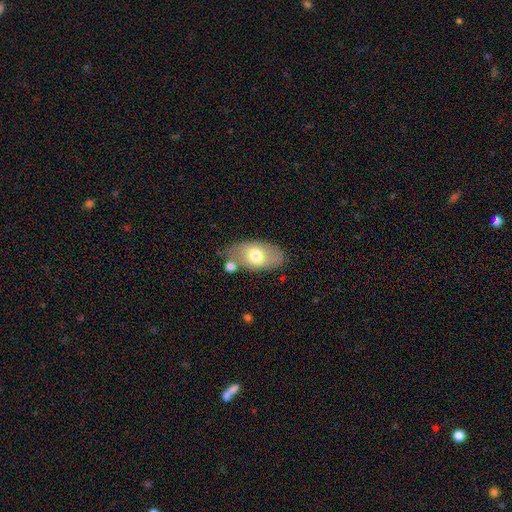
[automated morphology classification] Smooth or featured? Predicted: smooth (p=0.64). How rounded? Predicted: in between (p=0.92). Merging? Predicted: none (p=0.64).